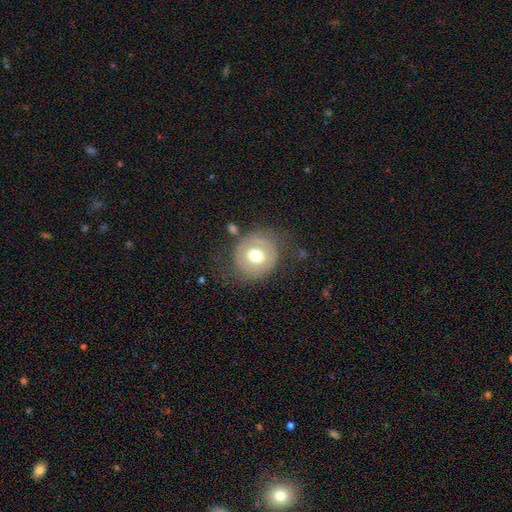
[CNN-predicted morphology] Smooth or featured? Predicted: smooth (p=0.56). How rounded? Predicted: round (p=0.84). Merging? Predicted: none (p=0.65).